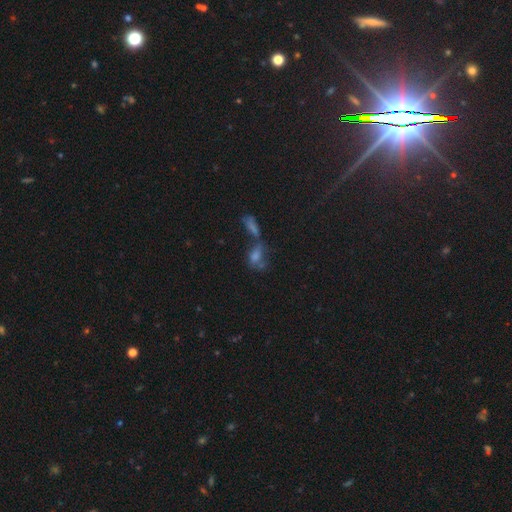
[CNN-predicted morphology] A smooth galaxy with no disk features (42%). Merging: merger (49%).